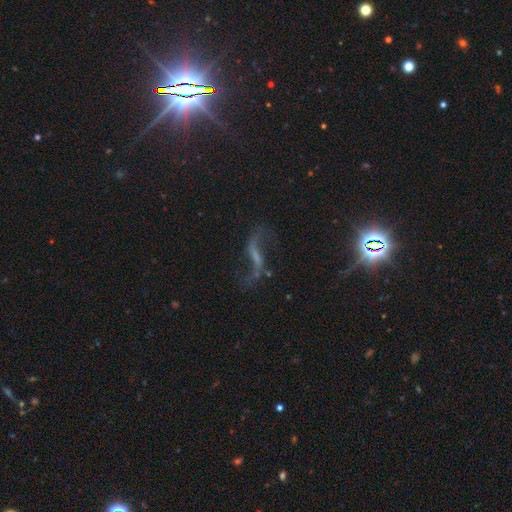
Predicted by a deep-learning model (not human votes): This appears to be a featured or disk galaxy (71%) with a weak bar (39%), 2 (90%) loose (91%) spiral arms (89%) and no central bulge (55%). Merging: none (64%).